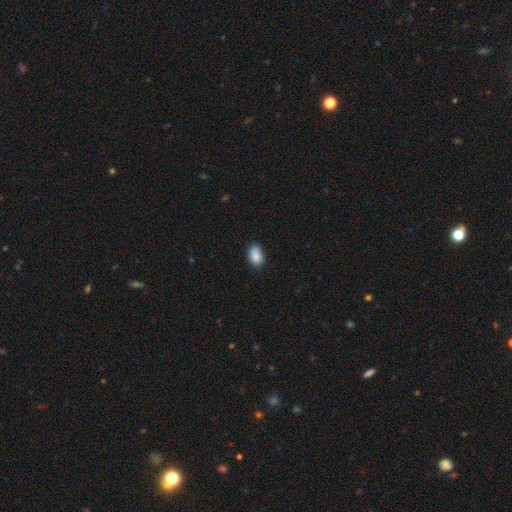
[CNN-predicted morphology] Smooth or featured: smooth — 88% (star or artifact — 8%)
How rounded: in between — 89% (round — 10%)
Merging: none — 81% (minor disturbance — 16%)